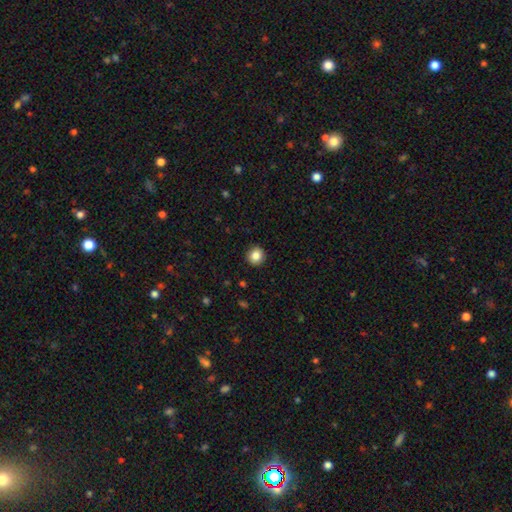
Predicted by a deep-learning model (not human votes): smooth-or-featured: smooth: 86% | star or artifact: 10% | featured or disk: 5%
  how-rounded: round: 91% | in between: 8% | cigar-shaped: 1%
  merging: none: 92% | minor disturbance: 5% | major disturbance: 2% | merger: 1%